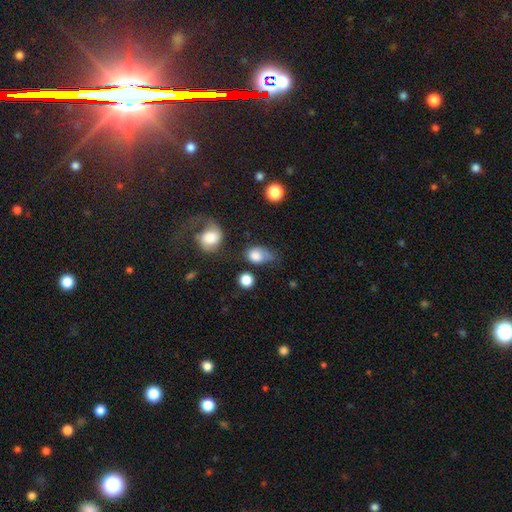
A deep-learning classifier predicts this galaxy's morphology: smooth 77%, featured or disk 15%, star or artifact 9%. Down the decision tree: how rounded — in between (67%); merging — minor disturbance (35%).